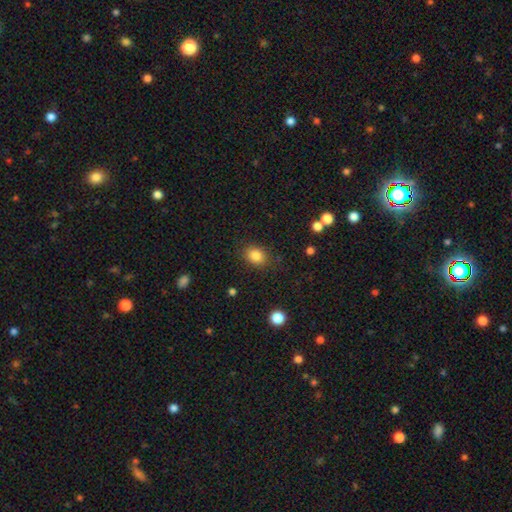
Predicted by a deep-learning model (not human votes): Smooth or featured? smooth (84%)
How rounded? in between (56%)
Merging? none (85%)